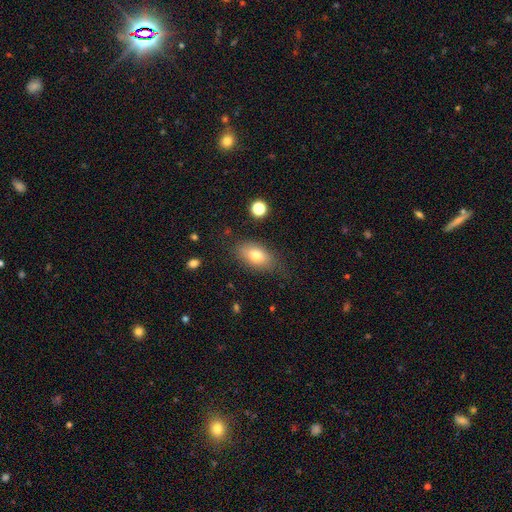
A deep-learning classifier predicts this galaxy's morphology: This is likely a smooth galaxy (75%). How rounded: clearly in between (87%). Merging: likely none (74%).